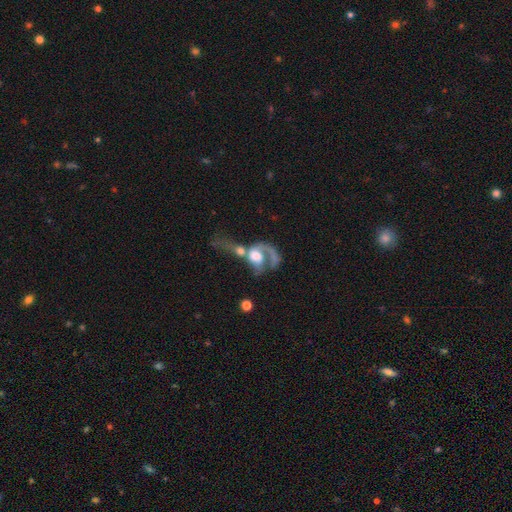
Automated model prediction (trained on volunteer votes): smooth-or-featured: featured or disk: 68% | smooth: 25% | star or artifact: 7%
  disk-edge-on: no: 97% | yes: 3%
    bar: no: 73% | weak: 21% | strong: 6%
    has-spiral-arms: yes: 76% | no: 24%
    bulge-size: moderate: 40% | large: 39% | small: 9% | none: 6% | dominant: 5%
  merging: merger: 53% | major disturbance: 28% | none: 12% | minor disturbance: 7%